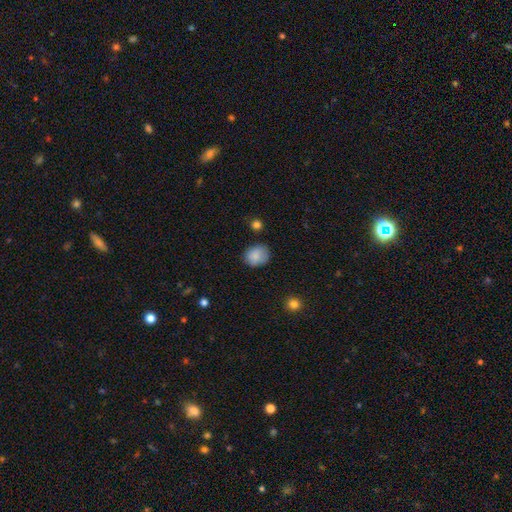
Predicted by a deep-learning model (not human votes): The model was most divided on "how rounded": round: 61%, in between: 38%, cigar-shaped: 1%. More confident: smooth or featured — smooth (85%); merging — none (77%).